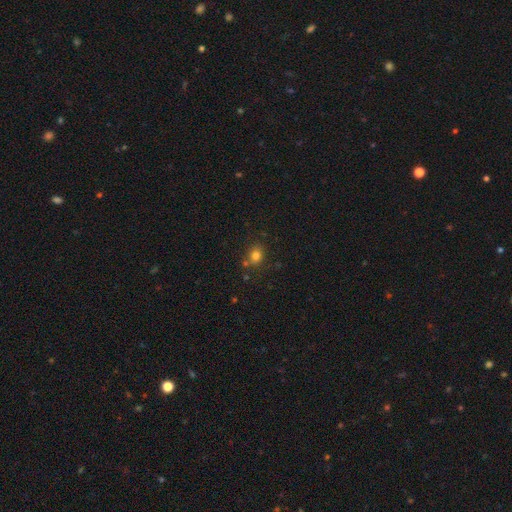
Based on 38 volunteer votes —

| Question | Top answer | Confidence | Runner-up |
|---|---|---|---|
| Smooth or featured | smooth | 87% | featured or disk (8%) |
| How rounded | round | 70% | in between (30%) |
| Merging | none | 81% | minor disturbance (14%) |